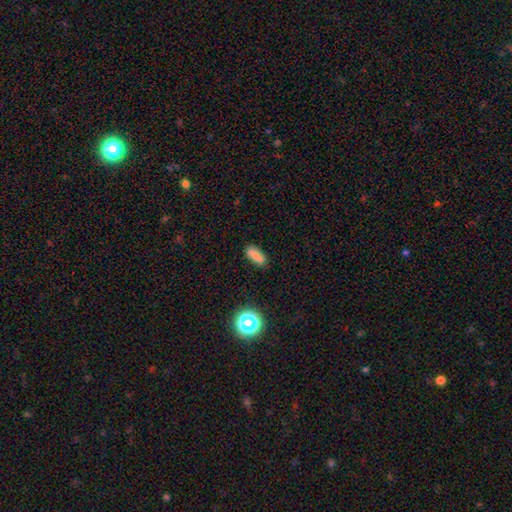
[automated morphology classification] Q: Smooth or featured?
A: smooth (76%); runner-up: featured or disk (12%)
Q: How rounded?
A: in between (64%); runner-up: cigar-shaped (31%)
Q: Merging?
A: none (83%); runner-up: minor disturbance (12%)